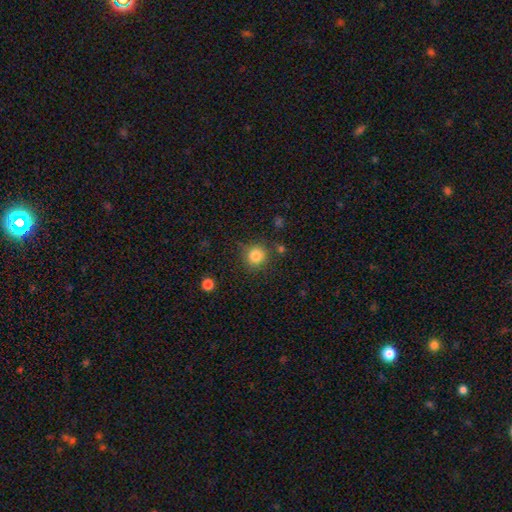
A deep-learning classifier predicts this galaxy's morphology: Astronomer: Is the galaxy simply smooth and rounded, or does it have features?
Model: smooth — 83%.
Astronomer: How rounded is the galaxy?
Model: round — 92%.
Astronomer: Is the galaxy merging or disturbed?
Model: none — 80%.